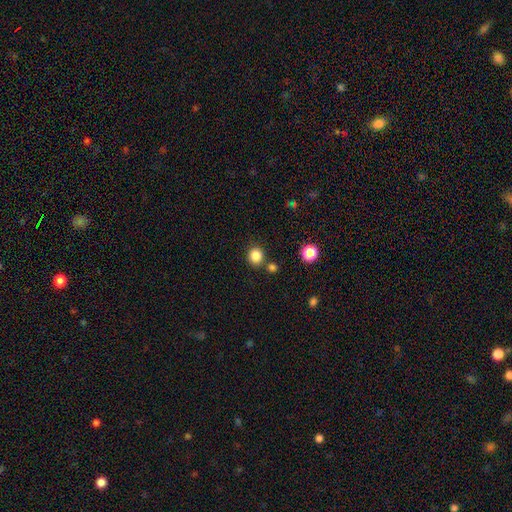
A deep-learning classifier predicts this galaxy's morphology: smooth 84%, star or artifact 12%, featured or disk 4%. Down the decision tree: how rounded — round (82%); merging — none (80%).